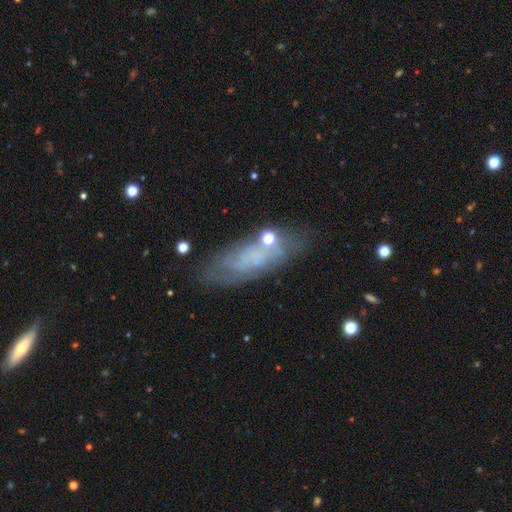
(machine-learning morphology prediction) smooth 44% (tied), featured or disk 44% (tied), star or artifact 12%. Down the decision tree: merging — none (68%).